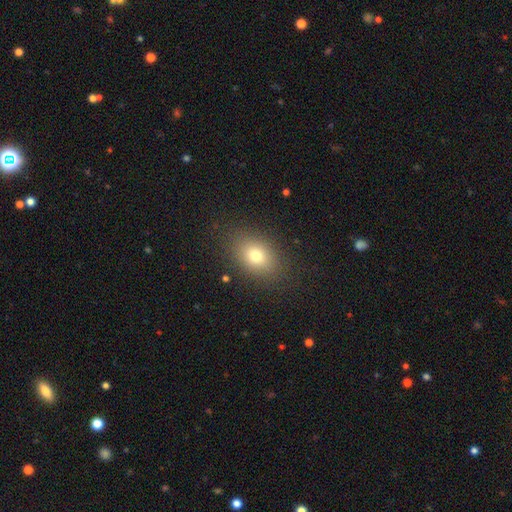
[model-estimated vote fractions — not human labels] A smooth galaxy with no disk features (75%) that is in between round and cigar-shaped (69%).

Vote fractions:
- Smooth or featured? smooth: 75% / star or artifact: 13% / featured or disk: 12%
- How rounded? in between: 69% / round: 29% / cigar-shaped: 1%
- Merging? none: 85% / minor disturbance: 10% / major disturbance: 4% / merger: 1%